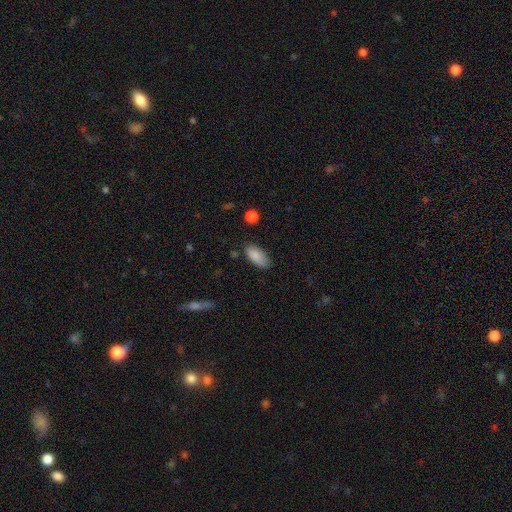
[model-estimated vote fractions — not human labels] Smooth or featured? Predicted: smooth (p=0.87). How rounded? Predicted: in between (p=0.90). Merging? Predicted: none (p=0.77).